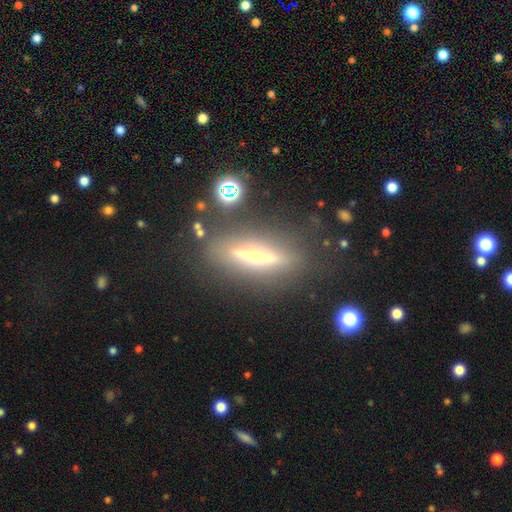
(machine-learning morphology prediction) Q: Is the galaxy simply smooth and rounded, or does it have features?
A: featured or disk — 70%.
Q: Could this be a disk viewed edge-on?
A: yes — 90%.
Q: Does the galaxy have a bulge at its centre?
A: rounded — 91%.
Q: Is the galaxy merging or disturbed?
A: none — 81%.